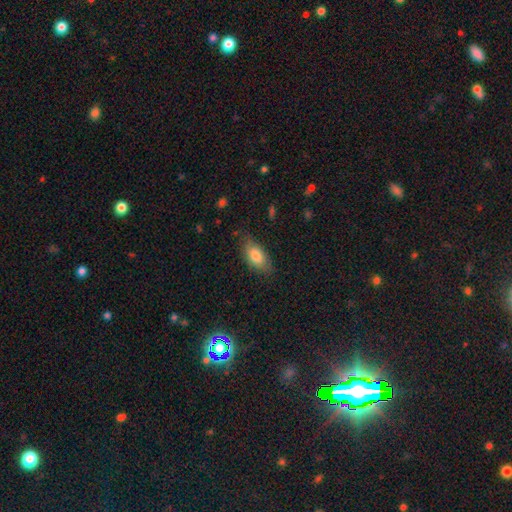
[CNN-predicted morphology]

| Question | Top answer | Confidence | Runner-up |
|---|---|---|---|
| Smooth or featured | smooth | 80% | featured or disk (13%) |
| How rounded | in between | 89% | cigar-shaped (7%) |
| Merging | none | 74% | minor disturbance (20%) |